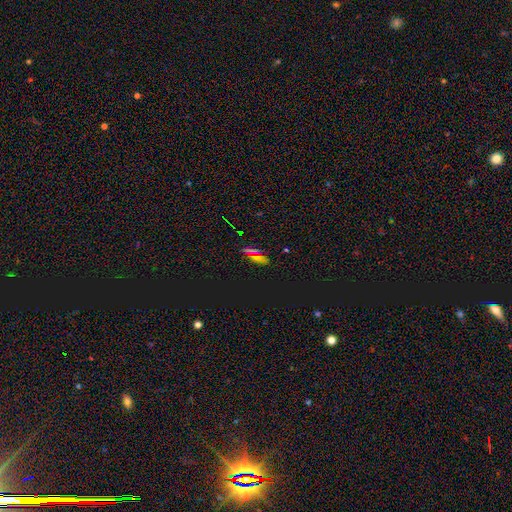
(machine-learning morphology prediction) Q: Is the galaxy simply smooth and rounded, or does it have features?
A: smooth — 50%.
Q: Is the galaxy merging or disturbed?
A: none — 79%.